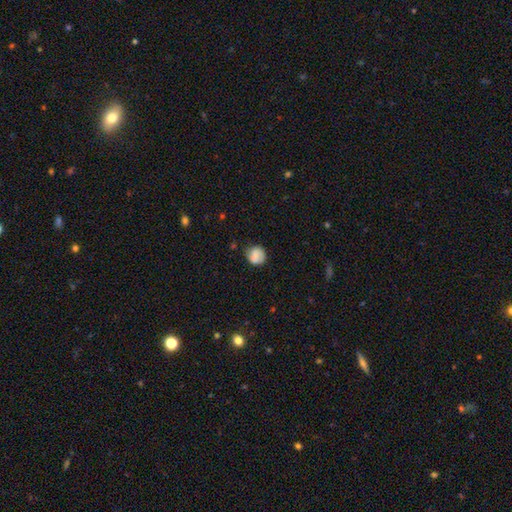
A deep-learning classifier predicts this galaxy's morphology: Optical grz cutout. It shows a smooth galaxy with no disk features (79%) that is round (83%). Merging: none (69%).